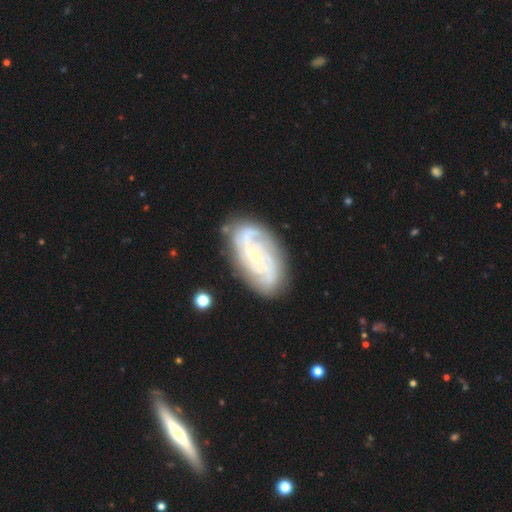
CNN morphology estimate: Smooth or featured: featured or disk — 84% (smooth — 11%)
Edge-on disk: no — 96% (yes — 4%)
Bar: no — 57% (weak — 34%)
Spiral arms: yes — 95% (no — 5%)
Spiral winding: tight — 49% (medium — 38%)
Spiral arm count: 2 — 35% (can't tell — 26%)
Bulge size: small — 71% (moderate — 26%)
Merging: none — 77% (minor disturbance — 16%)